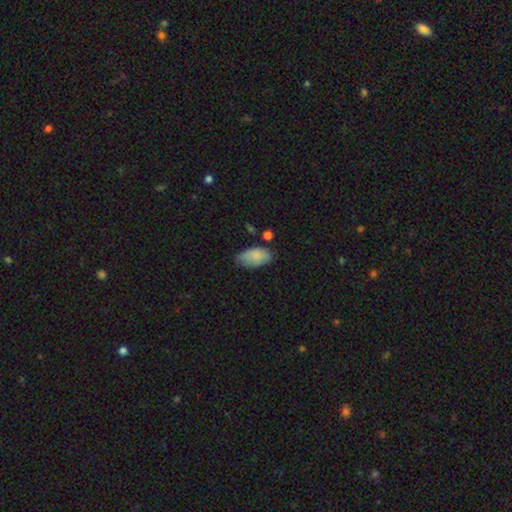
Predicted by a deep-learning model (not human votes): Smooth or featured? smooth (83%)
How rounded? in between (94%)
Merging? none (54%)